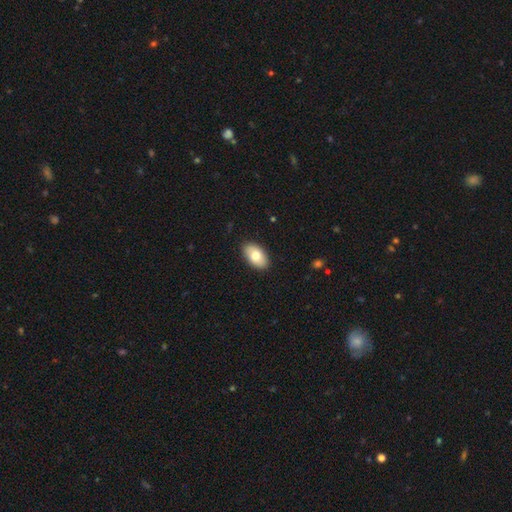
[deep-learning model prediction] Smooth or featured? smooth (78%)
How rounded? in between (94%)
Merging? none (88%)